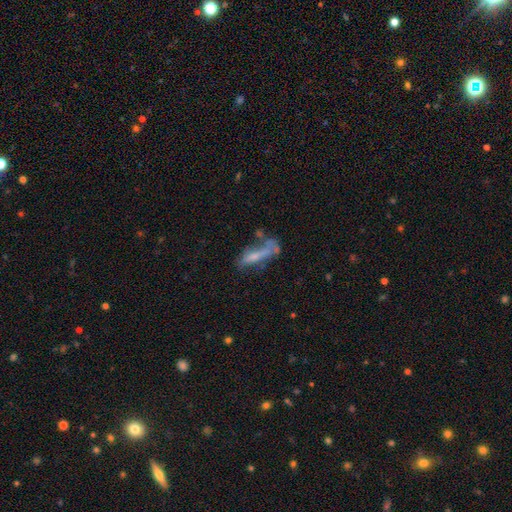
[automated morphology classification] Smooth or featured: smooth — 50% (featured or disk — 40%)
How rounded: cigar-shaped — 68% (in between — 30%)
Merging: none — 32% (major disturbance — 27%)